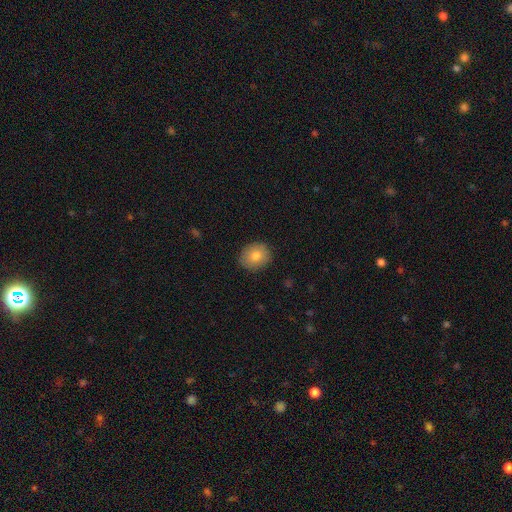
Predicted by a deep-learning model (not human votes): A smooth galaxy with no disk features (80%) that is round (62%).

Vote fractions:
- Smooth or featured? smooth: 80% / featured or disk: 12% / star or artifact: 8%
- How rounded? round: 62% / in between: 37% / cigar-shaped: 1%
- Merging? none: 87% / minor disturbance: 10% / major disturbance: 2% / merger: 1%